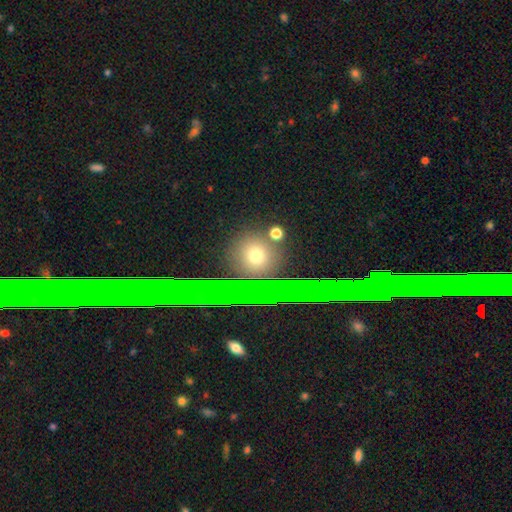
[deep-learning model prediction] Overall: smooth (68%). How rounded: round (87%). Merging: none (86%).